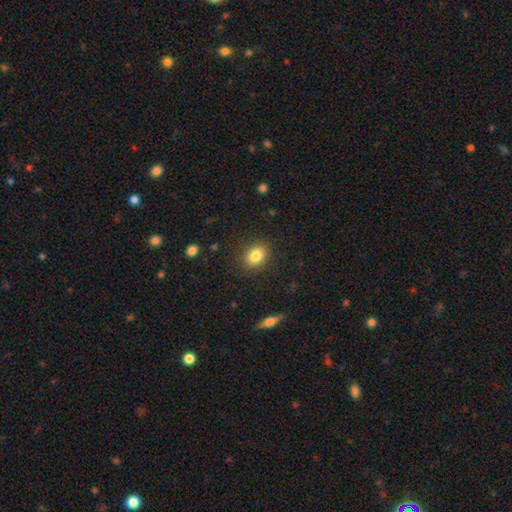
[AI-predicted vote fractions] Morphology: type=smooth (83%); roundness=in between (61%); merging=none (87%).